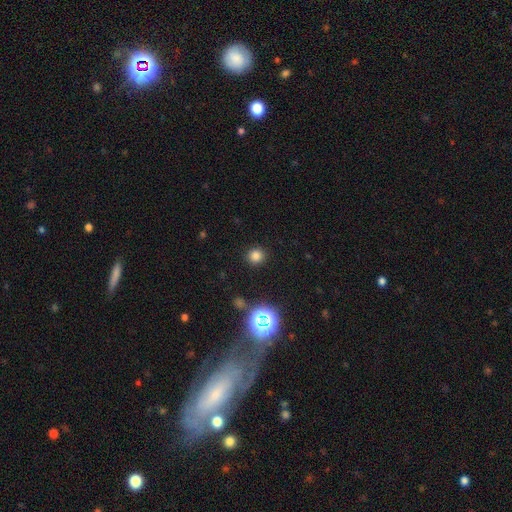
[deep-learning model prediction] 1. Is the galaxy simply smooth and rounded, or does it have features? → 77% smooth, 19% star or artifact, 5% featured or disk.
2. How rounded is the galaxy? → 92% round, 7% in between, 1% cigar-shaped.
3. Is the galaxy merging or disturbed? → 90% none, 6% minor disturbance, 2% major disturbance, 1% merger.